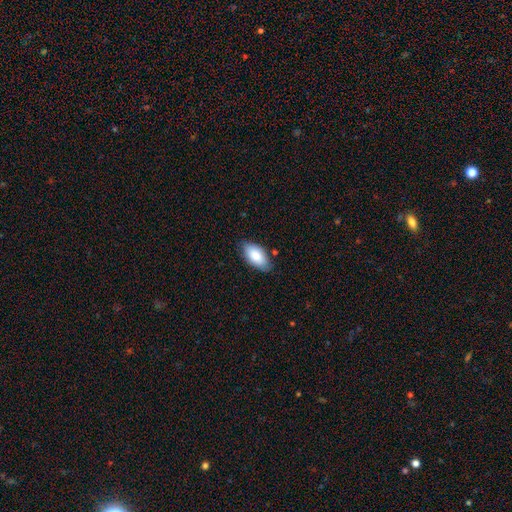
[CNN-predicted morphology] This appears to be a smooth galaxy with no disk features (82%) that is in between round and cigar-shaped (94%). Merging: none (78%).